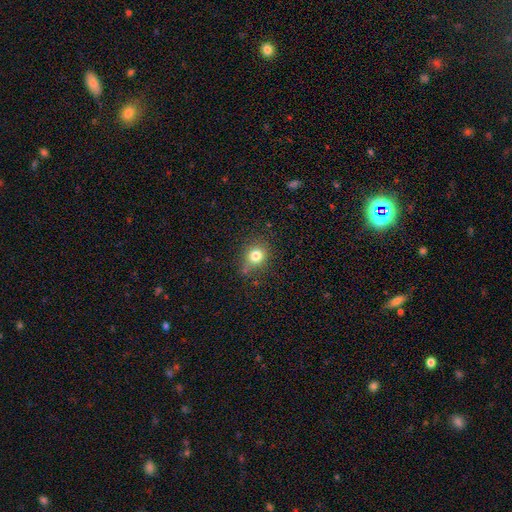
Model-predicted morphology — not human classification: Smooth or featured? smooth (79%)
How rounded? round (75%)
Merging? none (74%)